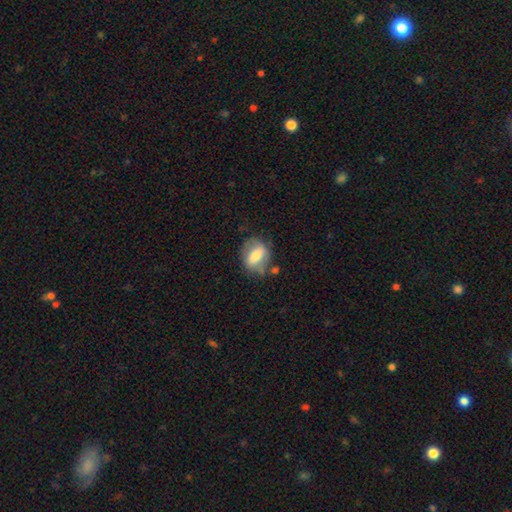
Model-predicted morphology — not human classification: Overall: smooth (57%; featured or disk 36%). How rounded: in between (65%; round 33%). Merging: none (61%; minor disturbance 23%).